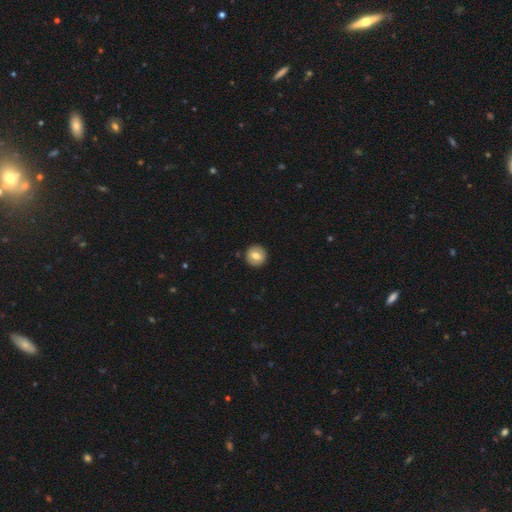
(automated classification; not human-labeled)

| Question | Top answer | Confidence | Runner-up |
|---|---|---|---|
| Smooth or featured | smooth | 70% | featured or disk (22%) |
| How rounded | round | 94% | in between (5%) |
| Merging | none | 91% | minor disturbance (6%) |